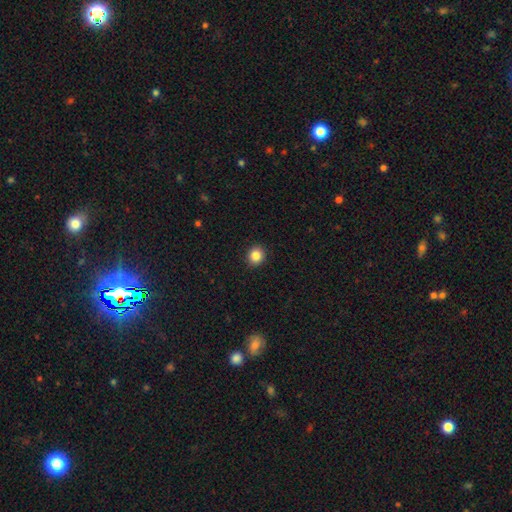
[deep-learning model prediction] Overall: smooth (86%). How rounded: round (86%). Merging: none (92%).